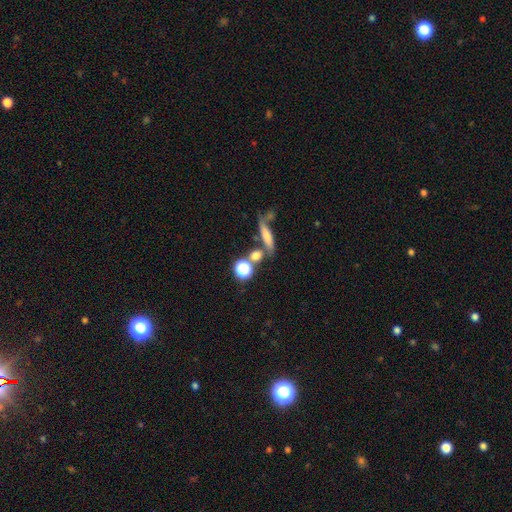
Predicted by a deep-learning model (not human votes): Morphology: type=smooth (64%); roundness=round (47%); merging=none (57%).